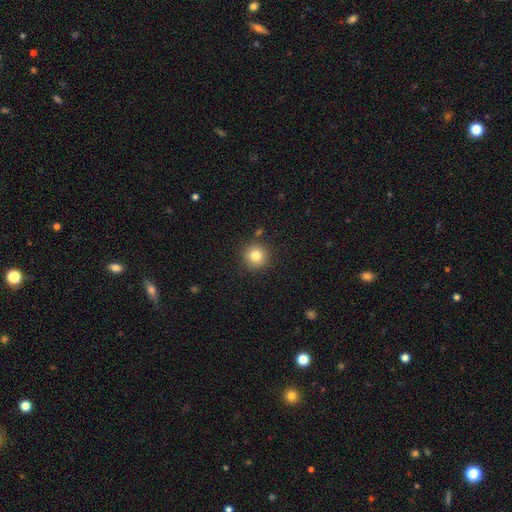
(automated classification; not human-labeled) smooth 81%, star or artifact 11%, featured or disk 8%. Down the decision tree: how rounded — round (95%); merging — none (88%).